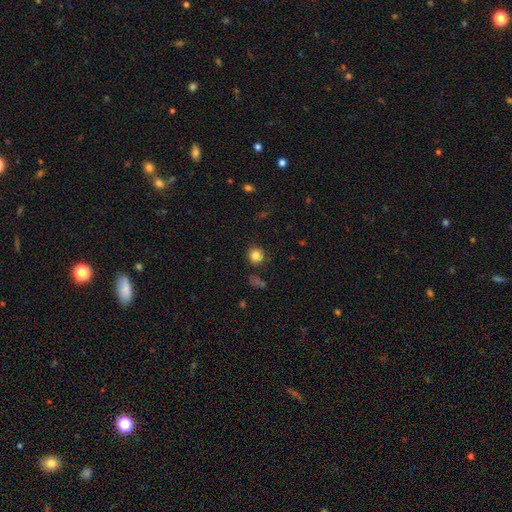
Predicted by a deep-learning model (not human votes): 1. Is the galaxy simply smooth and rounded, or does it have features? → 83% smooth, 11% star or artifact, 6% featured or disk.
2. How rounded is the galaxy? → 91% round, 8% in between, 1% cigar-shaped.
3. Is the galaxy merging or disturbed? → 86% none, 9% minor disturbance, 3% major disturbance, 2% merger.